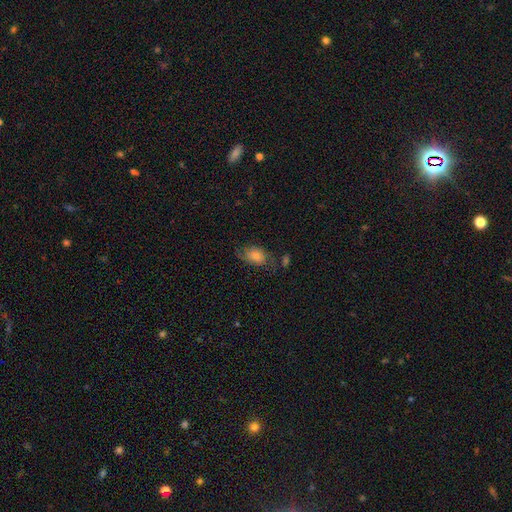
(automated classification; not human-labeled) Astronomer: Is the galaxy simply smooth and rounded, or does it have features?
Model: smooth — 57%.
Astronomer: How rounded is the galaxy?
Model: in between — 77%.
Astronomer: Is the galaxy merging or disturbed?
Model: none — 58%.